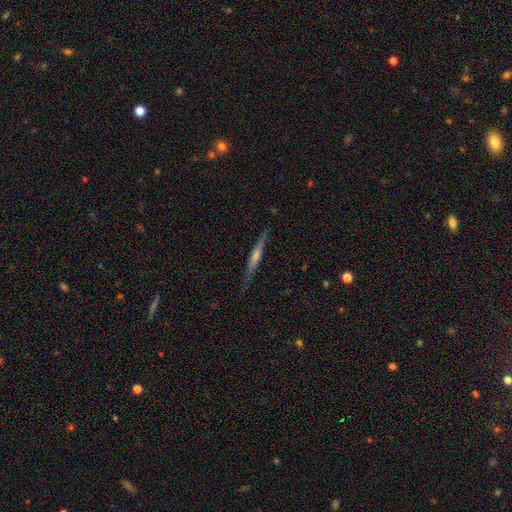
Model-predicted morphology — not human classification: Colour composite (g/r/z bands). It shows a featured or disk galaxy (67%) viewed edge-on (98%) with a rounded central bulge (57%). Merging: none (87%).